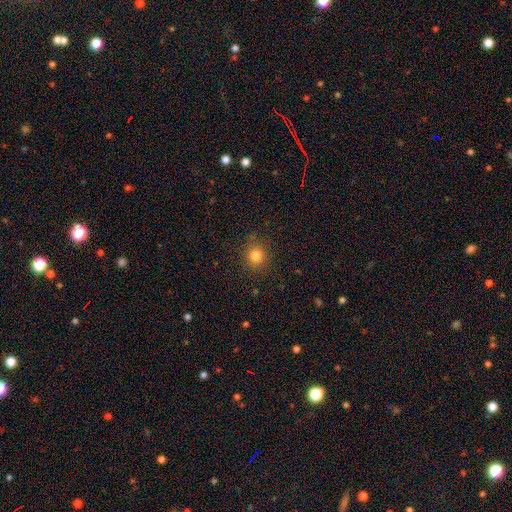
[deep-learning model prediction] A smooth galaxy with no disk features (81%) that is round (85%).

Vote fractions:
- Smooth or featured? smooth: 81% / star or artifact: 13% / featured or disk: 5%
- How rounded? round: 85% / in between: 14% / cigar-shaped: 1%
- Merging? none: 88% / minor disturbance: 8% / major disturbance: 3% / merger: 1%